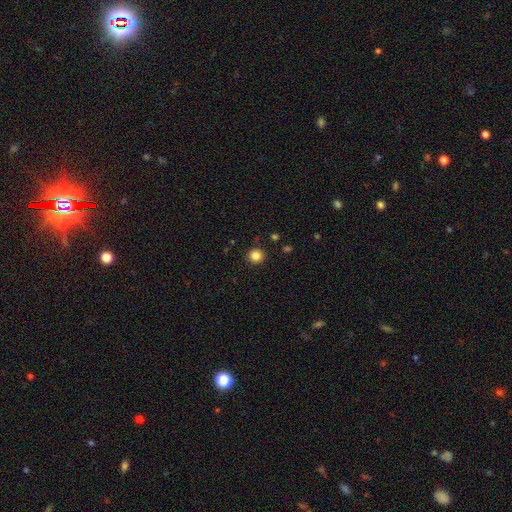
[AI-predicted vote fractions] Overall: smooth (85%). How rounded: round (90%). Merging: none (90%).